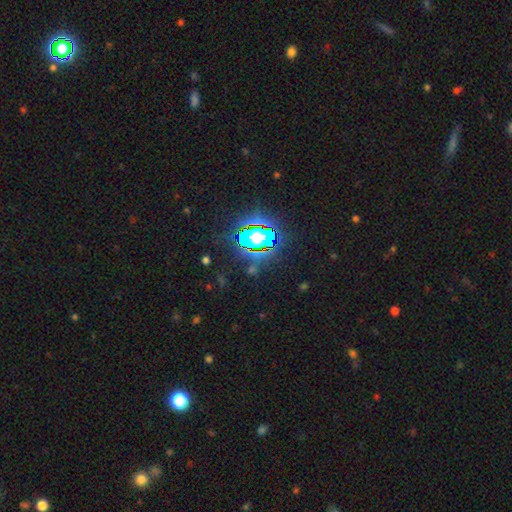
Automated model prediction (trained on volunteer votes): Morphology: type=star or artifact (82%).